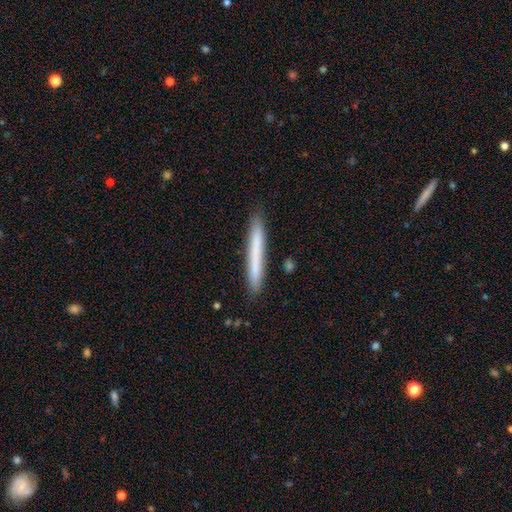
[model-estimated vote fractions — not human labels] Overall: smooth (70%). How rounded: cigar-shaped (97%). Merging: none (88%).